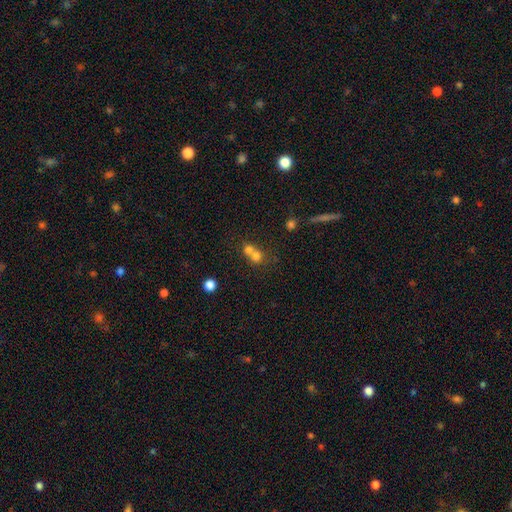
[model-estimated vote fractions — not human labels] Smooth or featured? smooth (71%)
How rounded? round (82%)
Merging? merger (62%)